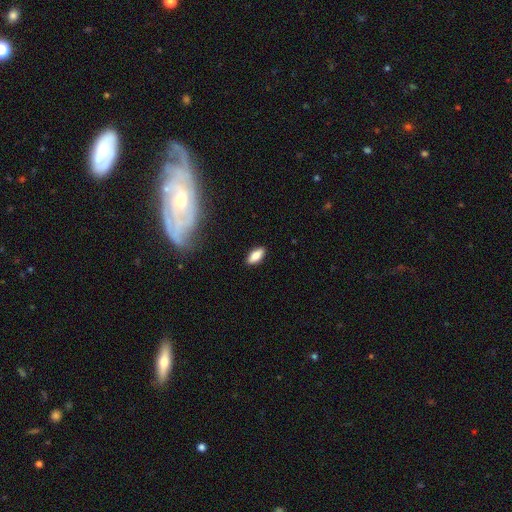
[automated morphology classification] type=smooth (82%); roundness=in between (84%); merging=none (88%).